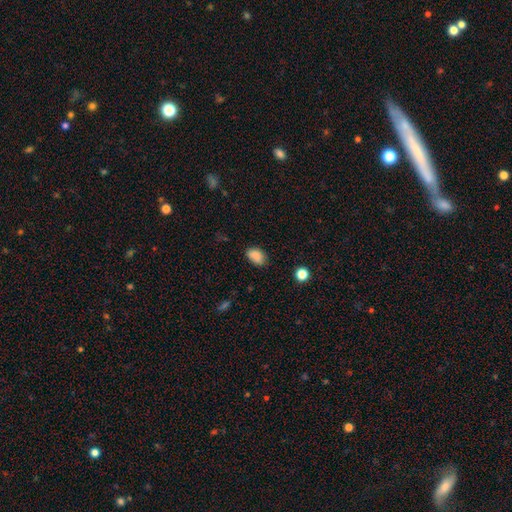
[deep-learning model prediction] smooth 86%, star or artifact 10%, featured or disk 4%. Down the decision tree: how rounded — in between (84%); merging — none (72%).